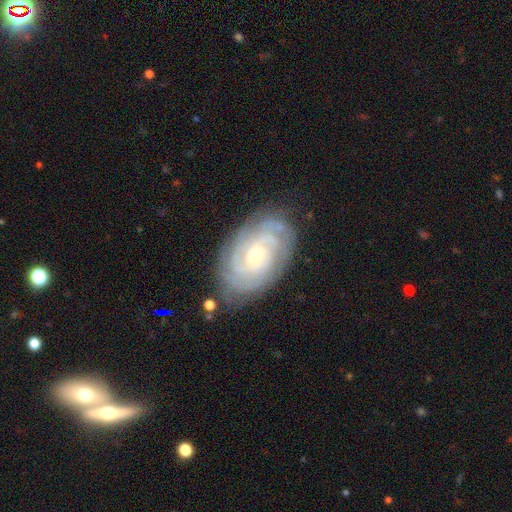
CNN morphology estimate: Smooth or featured? featured or disk (86%)
Edge-on disk? no (96%)
Bar? no (68%)
Spiral arms? yes (96%)
Spiral winding? tight (80%)
Spiral arm count? can't tell (33%)
Bulge size? small (57%)
Merging? none (79%)